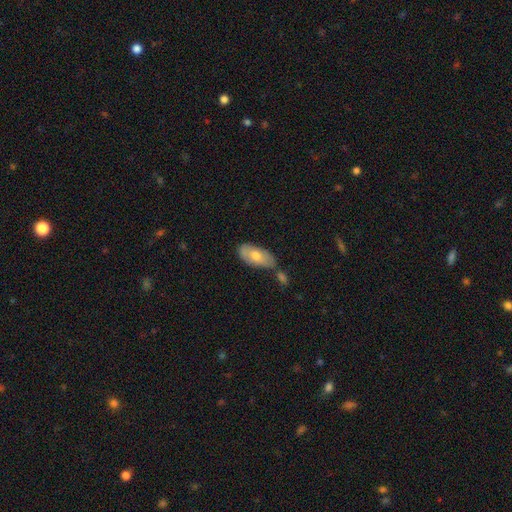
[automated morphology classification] Q: Smooth or featured?
A: smooth (67%); runner-up: featured or disk (27%)
Q: How rounded?
A: in between (90%); runner-up: cigar-shaped (7%)
Q: Merging?
A: none (56%); runner-up: merger (20%)